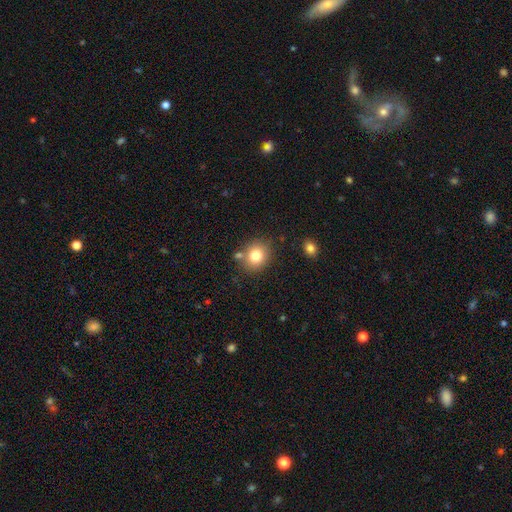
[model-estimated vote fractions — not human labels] smooth_or_featured: smooth (p=0.79) [alt: star or artifact p=0.11]
how_rounded: round (p=0.71) [alt: in between p=0.29]
merging: none (p=0.74) [alt: minor disturbance p=0.12]